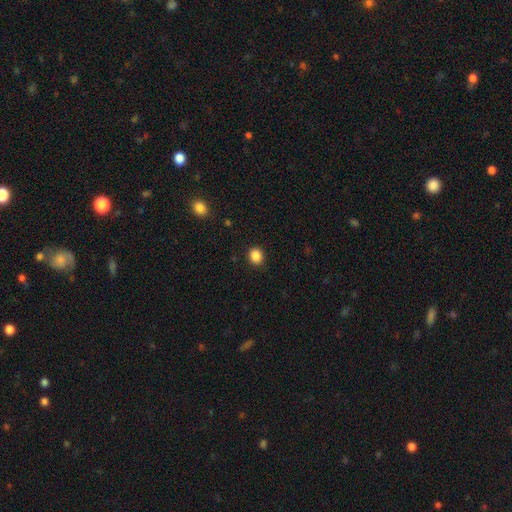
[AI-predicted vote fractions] Smooth or featured? smooth (87%)
How rounded? round (75%)
Merging? none (90%)